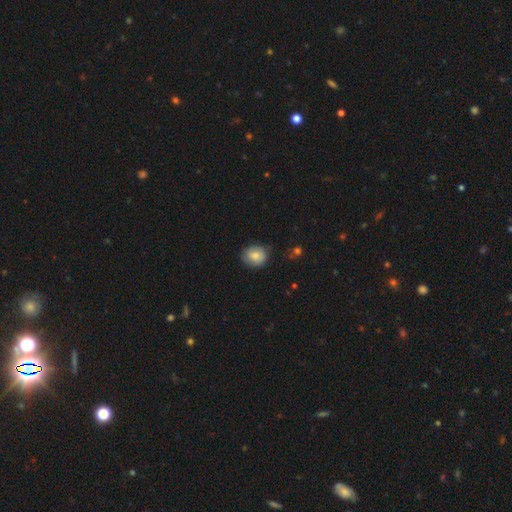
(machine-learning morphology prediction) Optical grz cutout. It shows a smooth galaxy with no disk features (76%) that is round (71%). Merging: none (76%).